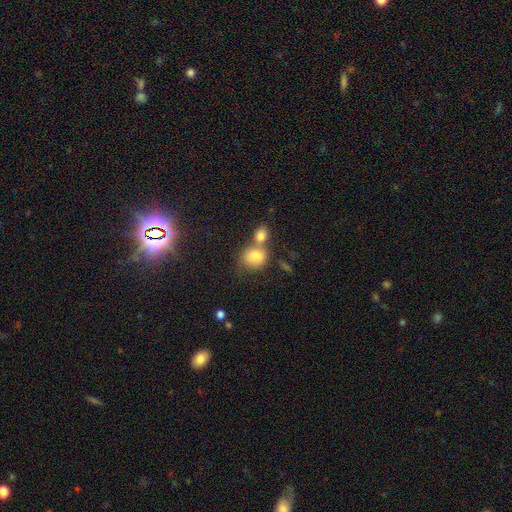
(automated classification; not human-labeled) This appears to be a smooth galaxy with no disk features (79%) that is round (64%). Merging: merger (52%).